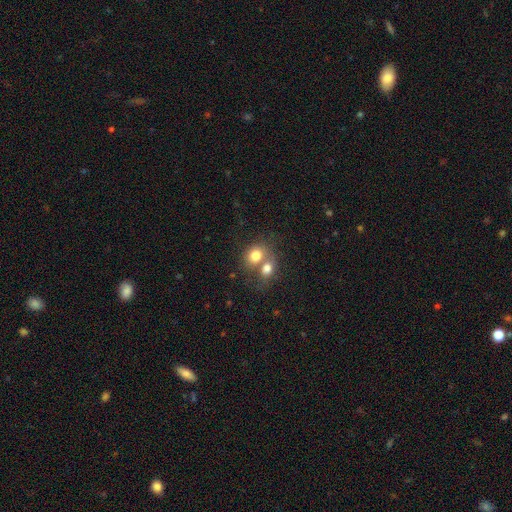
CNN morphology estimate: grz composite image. It shows a smooth galaxy with no disk features (76%) that is round (59%). Merging: merger (61%).